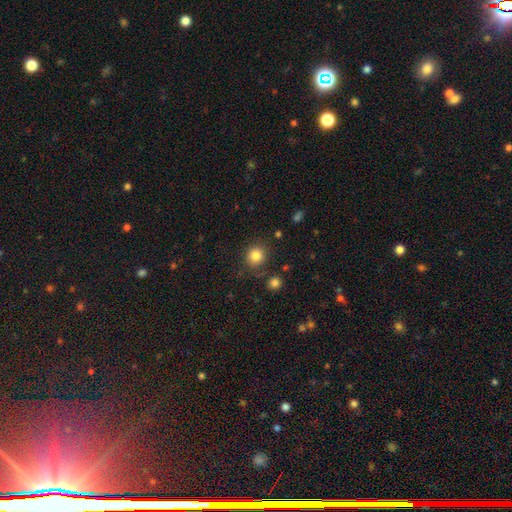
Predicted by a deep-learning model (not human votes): Morphology: type=smooth (84%); roundness=round (89%); merging=none (84%).